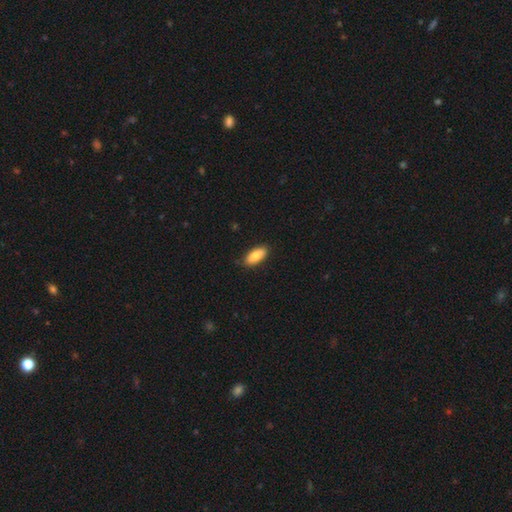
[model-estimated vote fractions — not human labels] This is clearly a smooth galaxy (86%). How rounded: clearly in between (86%). Merging: clearly none (86%).